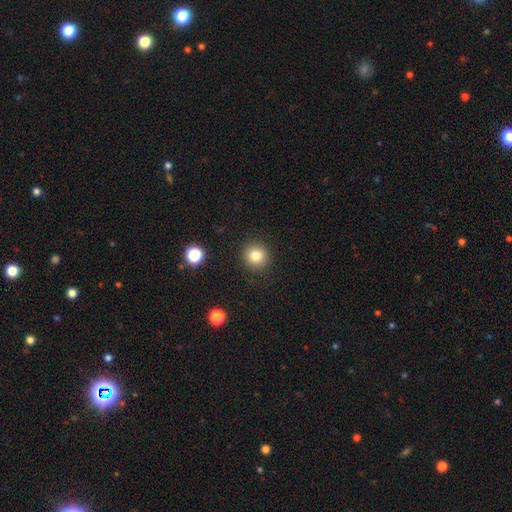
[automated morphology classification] The model was most divided on "smooth or featured": smooth: 81%, star or artifact: 12%, featured or disk: 7%. More confident: how rounded — round (91%); merging — none (90%).